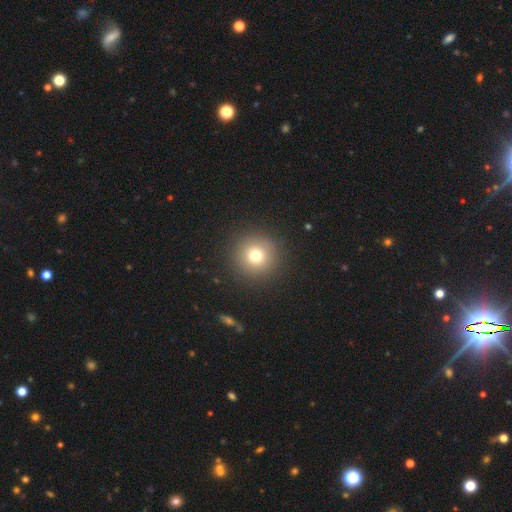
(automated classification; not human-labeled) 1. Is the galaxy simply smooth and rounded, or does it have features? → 75% smooth, 15% star or artifact, 11% featured or disk.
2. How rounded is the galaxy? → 96% round, 3% in between, 1% cigar-shaped.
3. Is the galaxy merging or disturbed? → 91% none, 5% minor disturbance, 3% major disturbance, 1% merger.